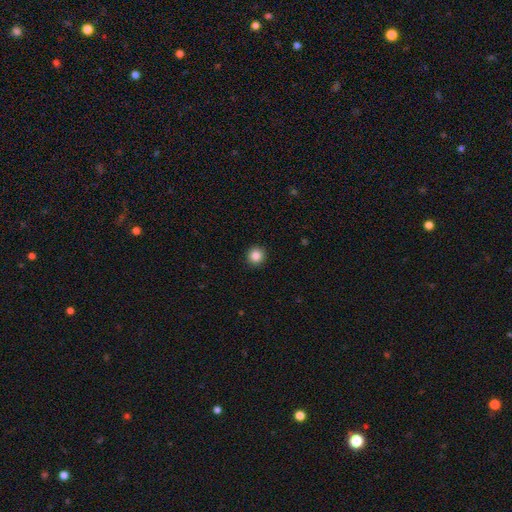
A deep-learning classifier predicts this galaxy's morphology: This appears to be a smooth galaxy with no disk features (85%) that is round (93%). Merging: none (93%).